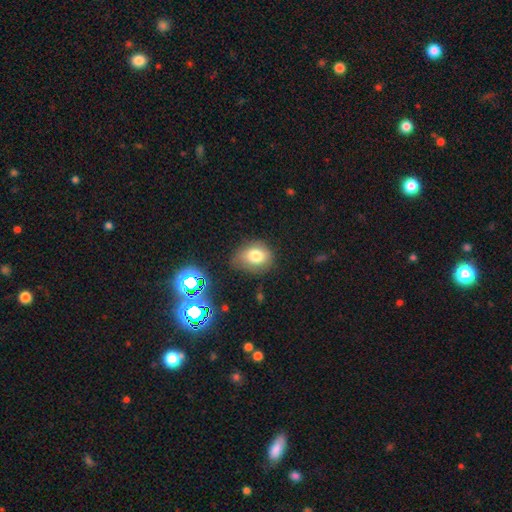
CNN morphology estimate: This is likely a smooth galaxy (76%). How rounded: possibly in between (57%). Merging: likely none (65%).